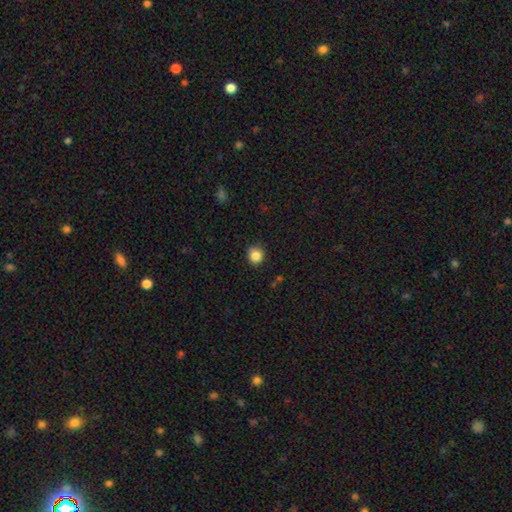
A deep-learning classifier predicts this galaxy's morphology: smooth_or_featured: smooth (p=0.85) [alt: star or artifact p=0.10]
how_rounded: round (p=0.87) [alt: in between p=0.13]
merging: none (p=0.86) [alt: minor disturbance p=0.11]